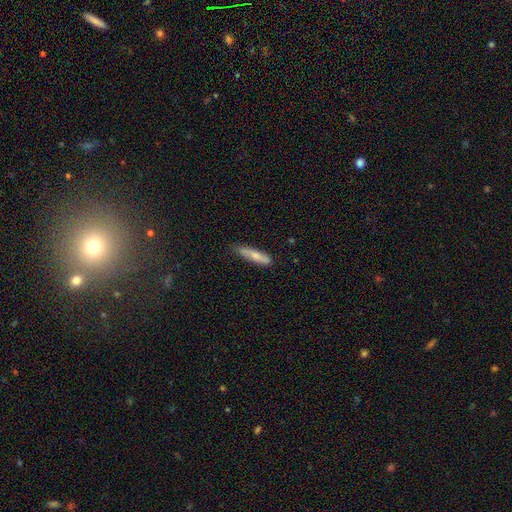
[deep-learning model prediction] Overall: smooth (72%). How rounded: cigar-shaped (80%). Merging: none (75%).